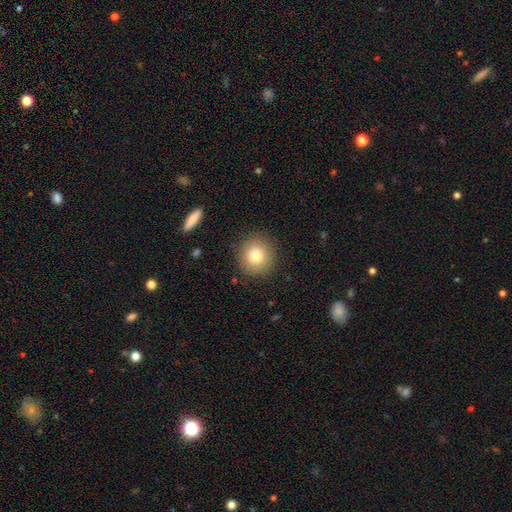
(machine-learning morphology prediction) type=smooth (78%); roundness=round (93%); merging=none (89%).